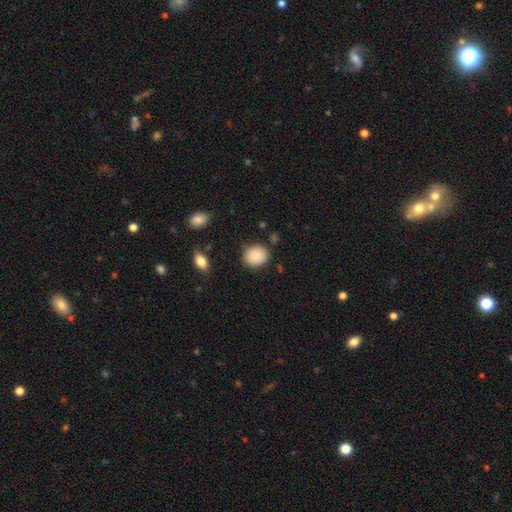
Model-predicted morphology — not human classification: smooth-or-featured: smooth: 86% | star or artifact: 8% | featured or disk: 6%
  how-rounded: round: 66% | in between: 33% | cigar-shaped: 1%
  merging: none: 81% | minor disturbance: 13% | major disturbance: 3% | merger: 2%